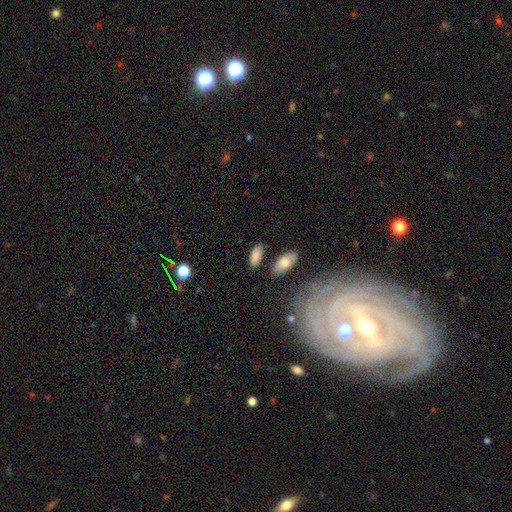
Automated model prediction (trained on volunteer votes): Morphology: type=smooth (85%); roundness=in between (85%); merging=none (77%).